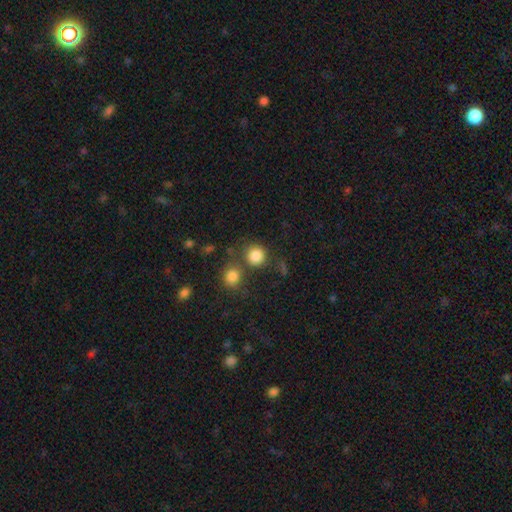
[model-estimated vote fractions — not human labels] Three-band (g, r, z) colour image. It shows a smooth galaxy with no disk features (85%) that is round (88%). Merging: none (67%).